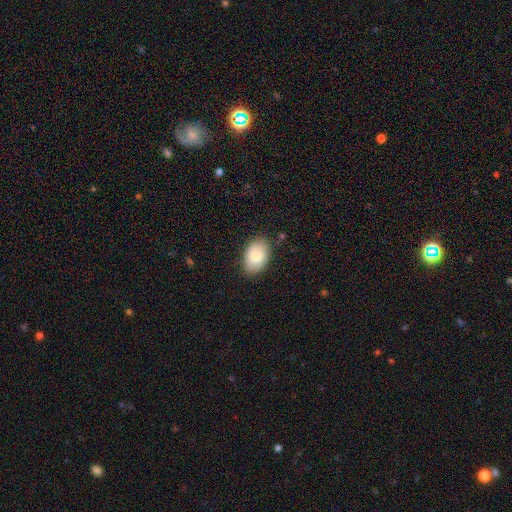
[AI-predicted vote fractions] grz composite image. It shows a smooth galaxy with no disk features (75%) that is in between round and cigar-shaped (86%). Merging: none (81%).